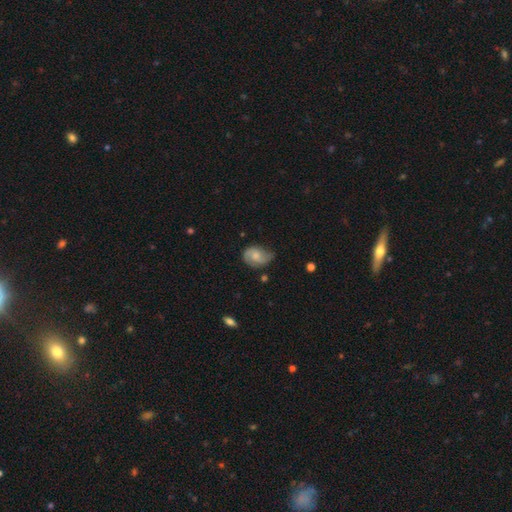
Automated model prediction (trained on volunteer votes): featured or disk 52%, smooth 40%, star or artifact 8%. Down the decision tree: edge-on disk — no (97%); bar — no (65%); spiral arms — yes (88%); bulge size — moderate (46%); merging — none (56%).